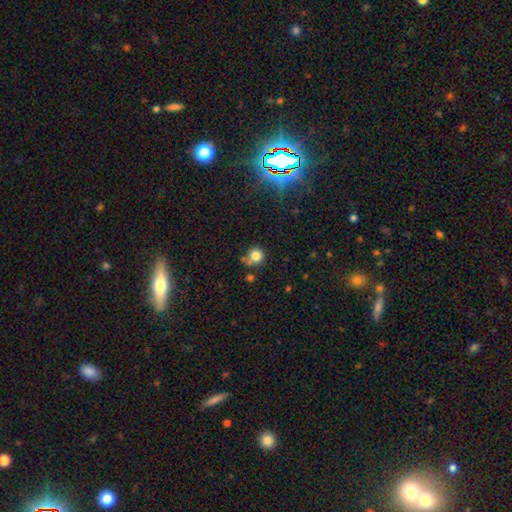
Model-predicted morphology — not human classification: Overall: smooth (82%). How rounded: round (92%). Merging: none (68%).